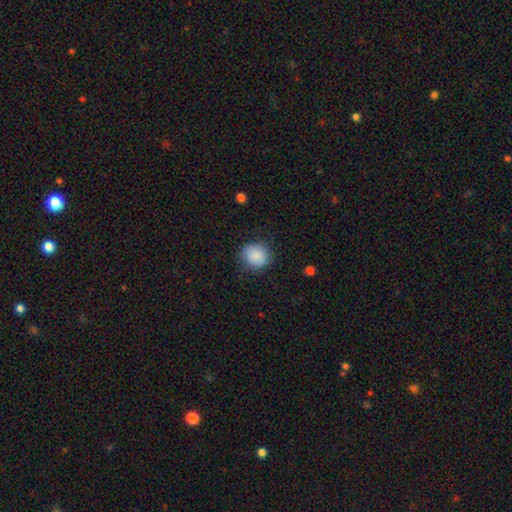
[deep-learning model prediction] Morphology: type=smooth (87%); roundness=round (80%); merging=none (83%).